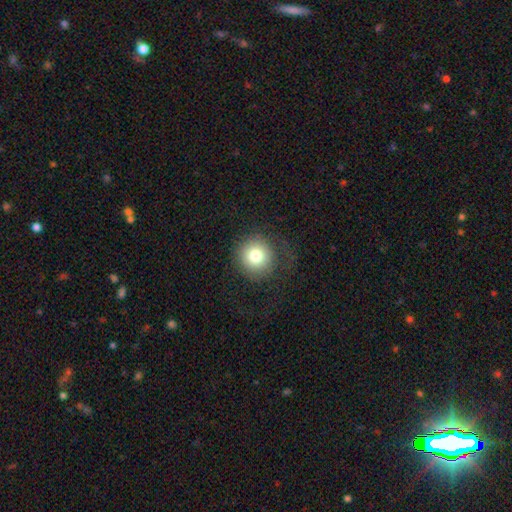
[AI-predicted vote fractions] smooth-or-featured: smooth: 77% | star or artifact: 12% | featured or disk: 12%
  how-rounded: round: 94% | in between: 5% | cigar-shaped: 1%
  merging: none: 79% | minor disturbance: 11% | major disturbance: 8% | merger: 1%